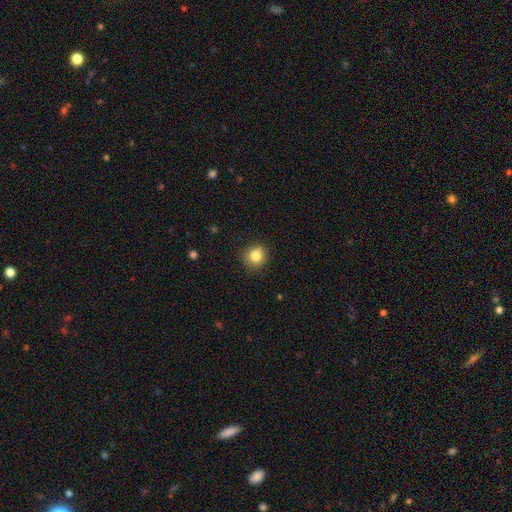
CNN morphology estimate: The model was most divided on "merging": none: 83%, minor disturbance: 13%, major disturbance: 3%, merger: 2%. More confident: how rounded — round (87%); smooth or featured — smooth (82%).